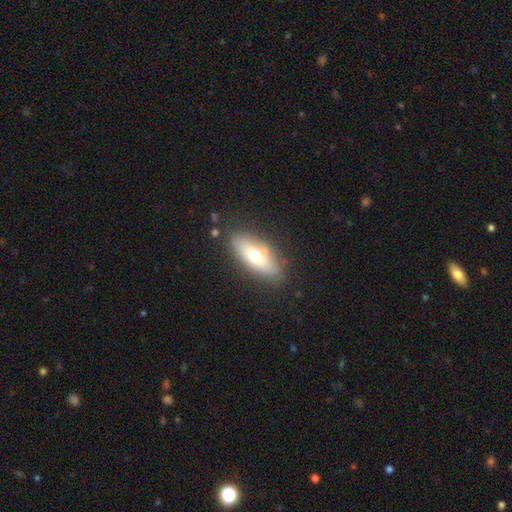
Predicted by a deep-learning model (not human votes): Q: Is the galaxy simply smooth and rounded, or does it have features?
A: smooth — 59%.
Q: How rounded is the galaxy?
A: in between — 72%.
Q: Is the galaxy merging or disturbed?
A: none — 79%.